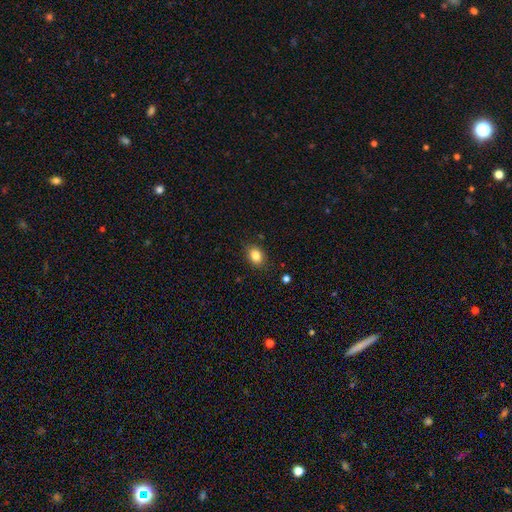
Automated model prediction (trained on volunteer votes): This appears to be a smooth galaxy with no disk features (85%) that is in between round and cigar-shaped (68%). Merging: none (85%).